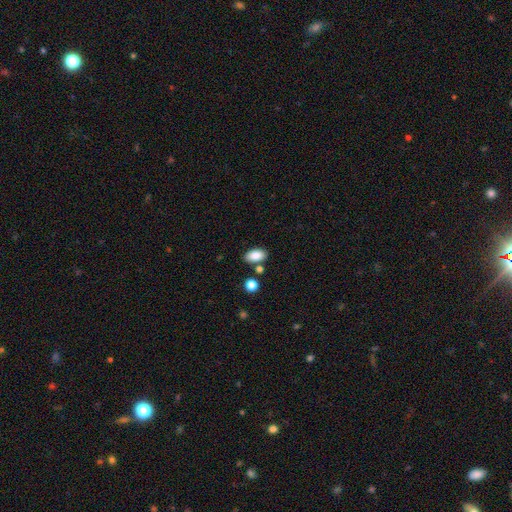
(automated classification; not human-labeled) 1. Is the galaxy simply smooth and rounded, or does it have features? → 86% smooth, 8% star or artifact, 6% featured or disk.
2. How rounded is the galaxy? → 92% in between, 6% round, 2% cigar-shaped.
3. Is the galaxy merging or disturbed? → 78% none, 11% minor disturbance, 8% merger, 3% major disturbance.